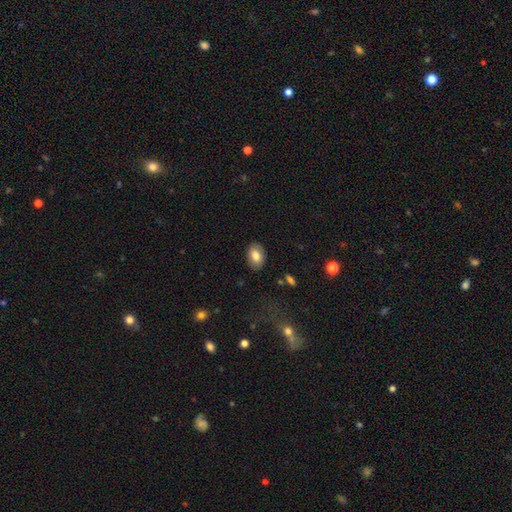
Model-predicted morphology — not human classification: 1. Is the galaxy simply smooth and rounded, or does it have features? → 77% smooth, 15% featured or disk, 7% star or artifact.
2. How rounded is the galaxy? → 84% in between, 15% round, 1% cigar-shaped.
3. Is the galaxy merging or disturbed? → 86% none, 10% minor disturbance, 2% major disturbance, 1% merger.